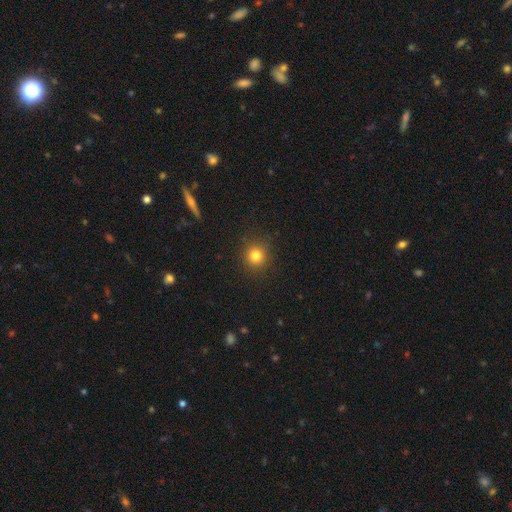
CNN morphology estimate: This appears to be a smooth galaxy with no disk features (81%) that is round (93%). Merging: none (91%).